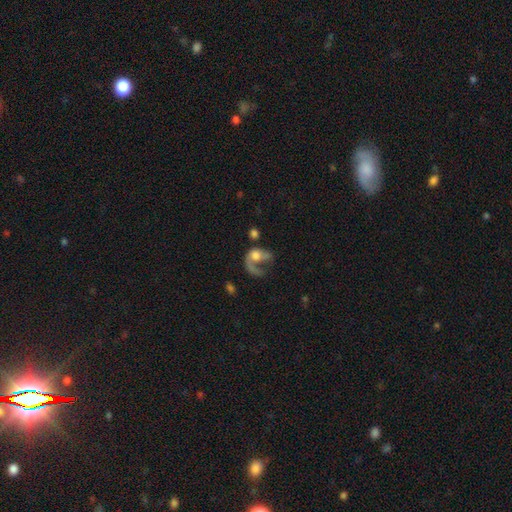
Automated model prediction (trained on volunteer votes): This is possibly a featured or disk galaxy (51%). It is clearly not viewed edge-on (97%). Merging: possibly major disturbance (58%).